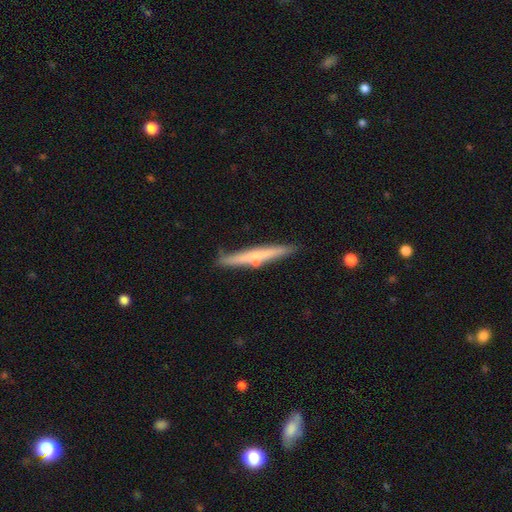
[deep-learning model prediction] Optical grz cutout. It shows a featured or disk galaxy (50%). Merging: none (81%).